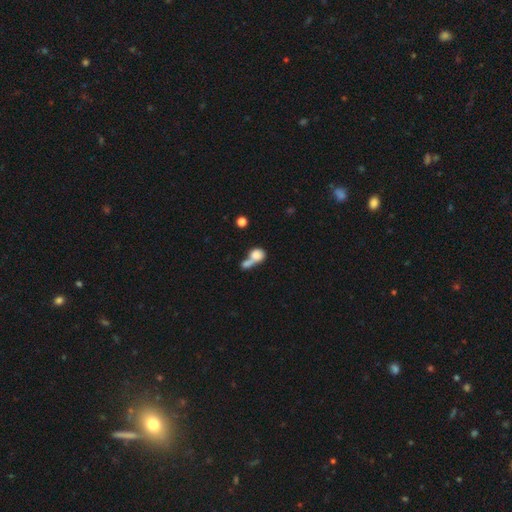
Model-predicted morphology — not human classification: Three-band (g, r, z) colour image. It shows a smooth galaxy with no disk features (75%) that is round (55%). Merging: merger (66%).